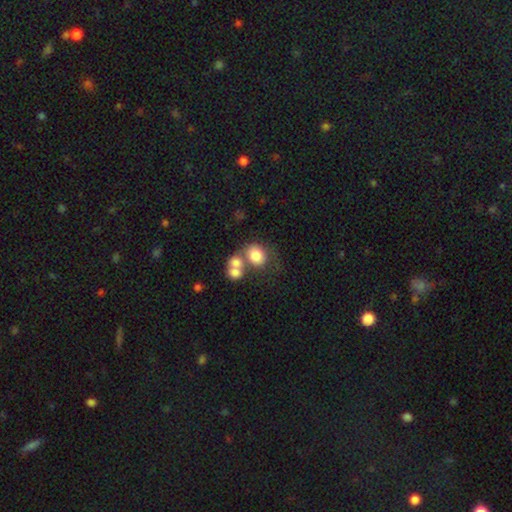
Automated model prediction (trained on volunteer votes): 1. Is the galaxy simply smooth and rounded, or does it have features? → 74% smooth, 16% featured or disk, 9% star or artifact.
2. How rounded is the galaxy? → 61% round, 38% in between, 1% cigar-shaped.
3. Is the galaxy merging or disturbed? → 51% merger, 30% none, 10% minor disturbance, 9% major disturbance.